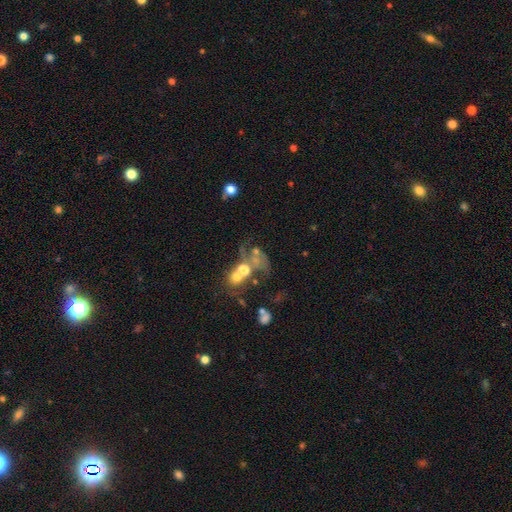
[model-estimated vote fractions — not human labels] A featured or disk galaxy (46%).

Vote fractions:
- Smooth or featured? featured or disk: 46% / smooth: 29% / star or artifact: 25%
- Merging? merger: 44% / major disturbance: 23% / none: 22% / minor disturbance: 10%